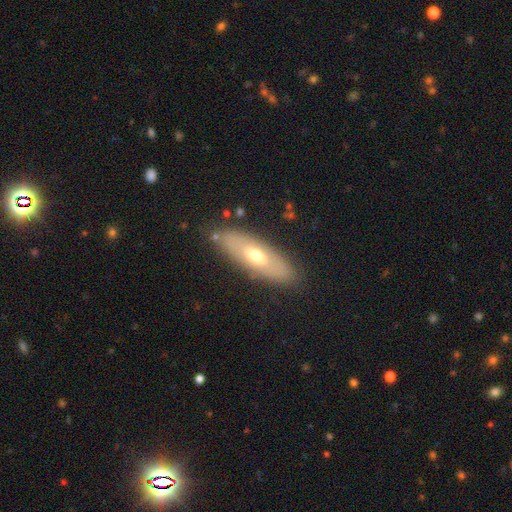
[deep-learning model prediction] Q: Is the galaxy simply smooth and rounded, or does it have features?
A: smooth — 51%.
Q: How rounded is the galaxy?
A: in between — 60%.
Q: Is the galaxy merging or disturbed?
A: none — 83%.